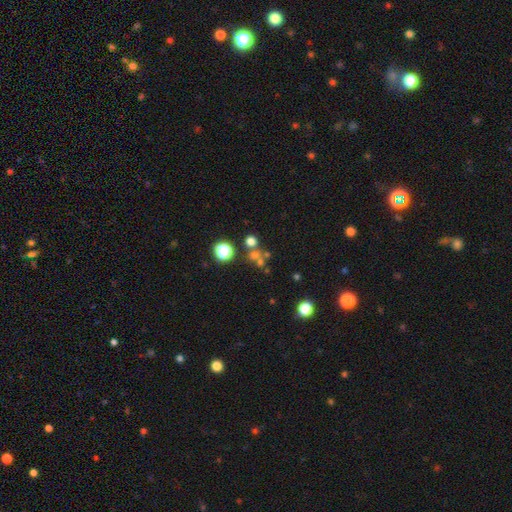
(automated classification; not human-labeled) Smooth or featured?
  - smooth: 57% *
  - star or artifact: 29%
  - featured or disk: 14%
How rounded?
  - round: 86% *
  - in between: 13%
  - cigar-shaped: 1%
Merging?
  - none: 56% *
  - merger: 32%
  - minor disturbance: 7%
  - major disturbance: 5%